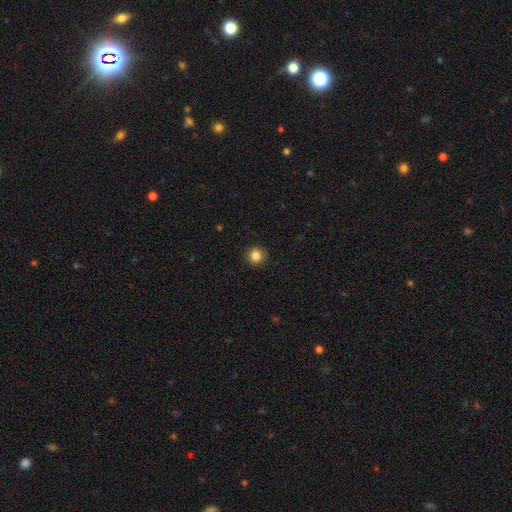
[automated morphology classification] Smooth or featured?
  - smooth: 84% *
  - star or artifact: 11%
  - featured or disk: 5%
How rounded?
  - round: 93% *
  - in between: 6%
  - cigar-shaped: 1%
Merging?
  - none: 91% *
  - minor disturbance: 6%
  - major disturbance: 2%
  - merger: 1%